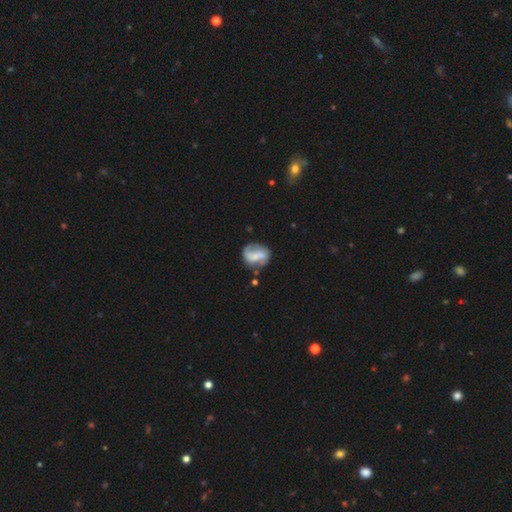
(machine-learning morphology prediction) type=featured or disk (65%); edge-on=no (97%); bar=weak (39%); spiral arms=yes (80%); winding=loose (44%); arm count=2 (77%); bulge=small (48%); merging=none (55%).